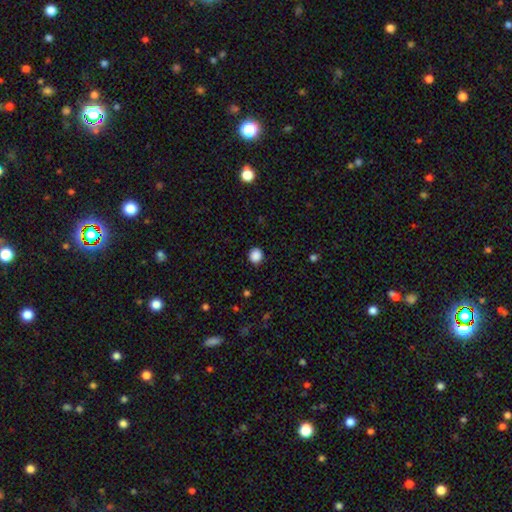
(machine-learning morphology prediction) Q: Smooth or featured?
A: smooth (88%); runner-up: star or artifact (10%)
Q: How rounded?
A: round (89%); runner-up: in between (10%)
Q: Merging?
A: none (91%); runner-up: minor disturbance (6%)